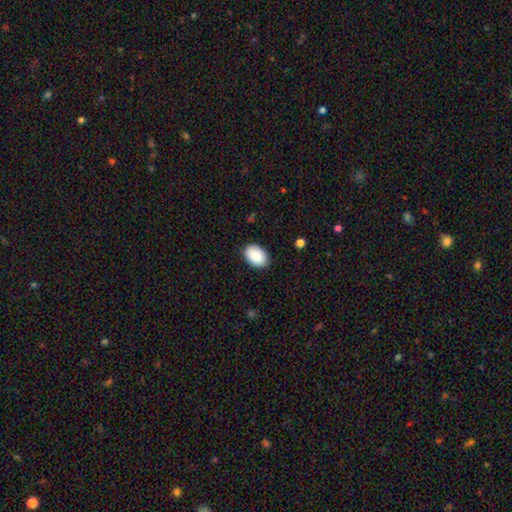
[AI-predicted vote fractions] Smooth or featured: smooth — 91% (star or artifact — 6%)
How rounded: in between — 89% (round — 10%)
Merging: none — 88% (minor disturbance — 9%)